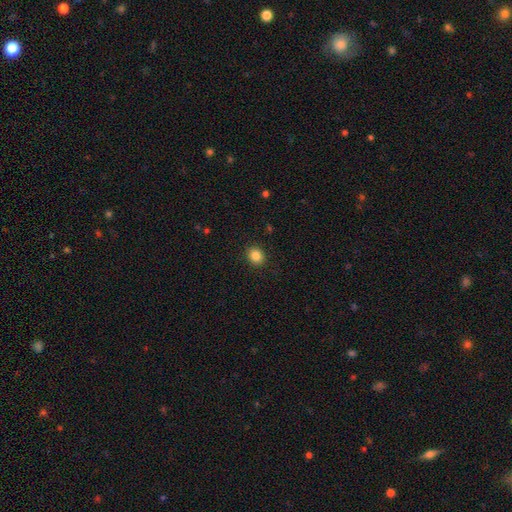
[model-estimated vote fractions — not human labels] Smooth or featured? smooth (85%)
How rounded? round (68%)
Merging? none (91%)